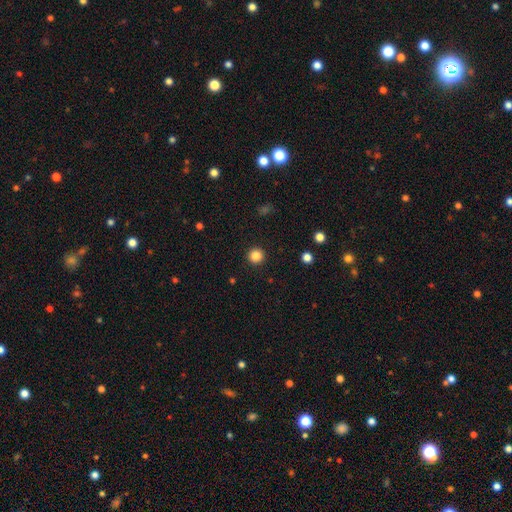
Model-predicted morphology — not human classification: smooth_or_featured: smooth (p=0.85) [alt: star or artifact p=0.11]
how_rounded: round (p=0.95) [alt: in between p=0.04]
merging: none (p=0.93) [alt: minor disturbance p=0.04]